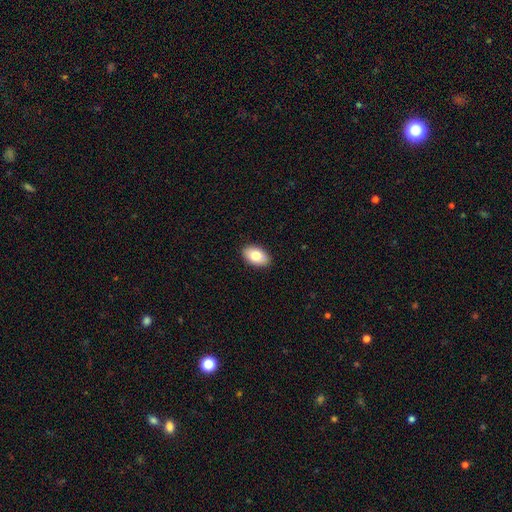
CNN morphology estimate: Smooth or featured: smooth — 80% (featured or disk — 12%)
How rounded: in between — 91% (round — 8%)
Merging: none — 90% (minor disturbance — 8%)